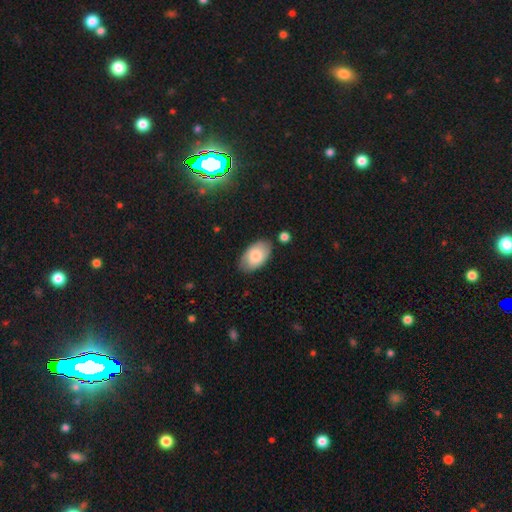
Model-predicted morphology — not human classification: Q: Smooth or featured?
A: smooth (77%); runner-up: featured or disk (16%)
Q: How rounded?
A: in between (94%); runner-up: round (5%)
Q: Merging?
A: none (77%); runner-up: minor disturbance (17%)